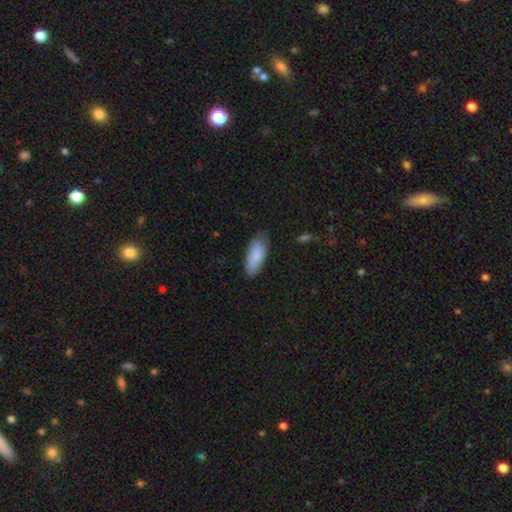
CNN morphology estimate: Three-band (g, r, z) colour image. It shows a smooth galaxy with no disk features (86%) that is in between round and cigar-shaped (80%). Merging: none (71%).